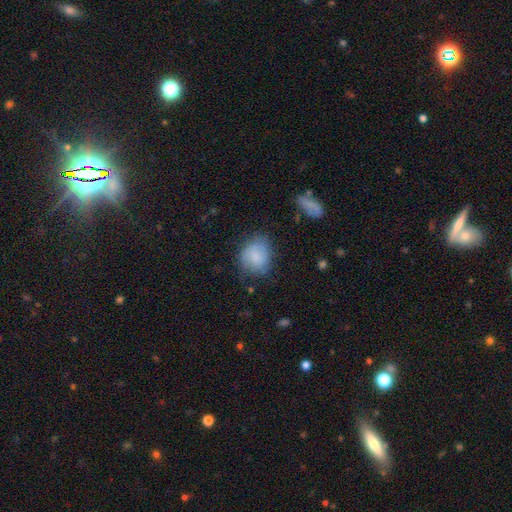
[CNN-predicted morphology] Q: Smooth or featured?
A: smooth (78%); runner-up: featured or disk (14%)
Q: How rounded?
A: round (64%); runner-up: in between (35%)
Q: Merging?
A: none (63%); runner-up: minor disturbance (26%)